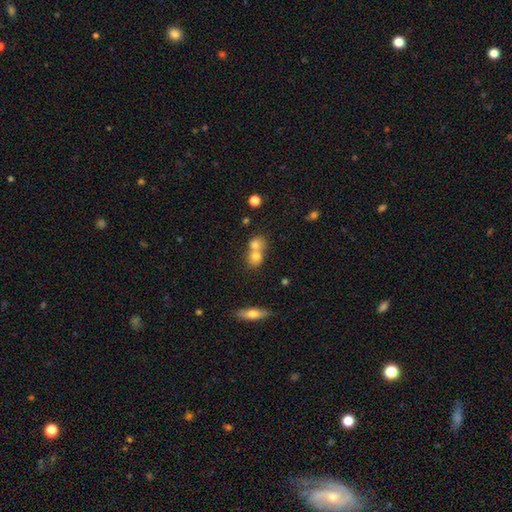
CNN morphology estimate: Overall: smooth (72%). How rounded: round (66%; in between 32%). Merging: merger (60%; none 31%).